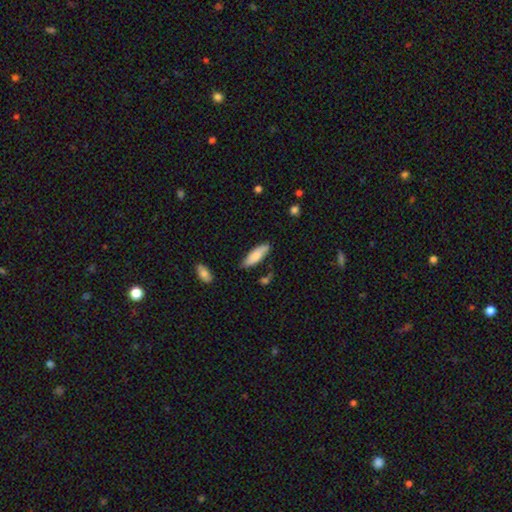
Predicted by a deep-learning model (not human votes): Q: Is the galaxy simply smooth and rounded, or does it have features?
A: smooth — 80%.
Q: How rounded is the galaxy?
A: in between — 61%.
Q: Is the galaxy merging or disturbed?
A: none — 78%.